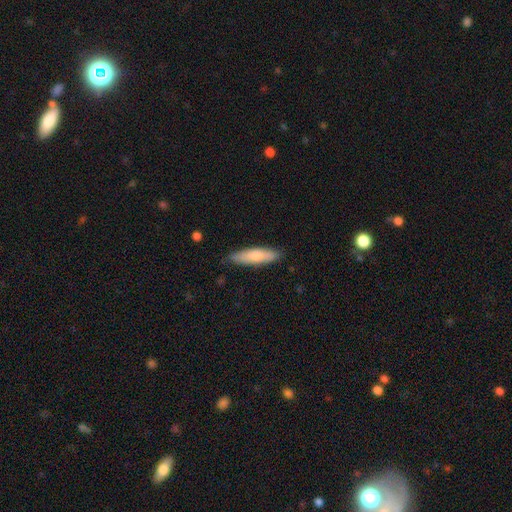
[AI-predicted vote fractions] smooth 79%, featured or disk 16%, star or artifact 5%. Down the decision tree: how rounded — cigar-shaped (61%); merging — none (82%).